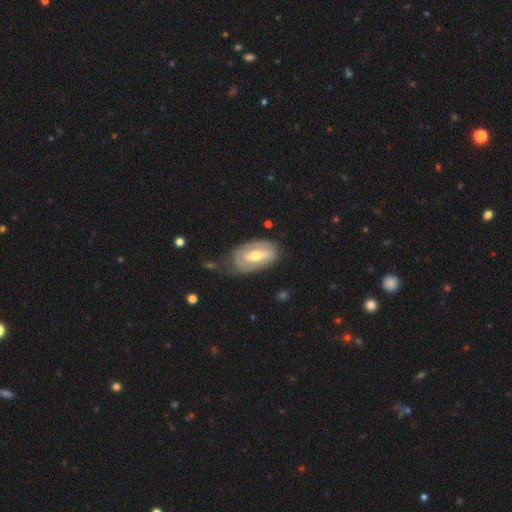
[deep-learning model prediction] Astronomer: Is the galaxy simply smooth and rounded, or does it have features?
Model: featured or disk — 68%.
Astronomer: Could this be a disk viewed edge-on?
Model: no — 92%.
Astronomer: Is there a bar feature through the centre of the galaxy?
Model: strong — 40% (runner-up: weak, 38%).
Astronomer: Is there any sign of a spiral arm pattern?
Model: yes — 67%.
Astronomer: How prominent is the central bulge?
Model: moderate — 66%.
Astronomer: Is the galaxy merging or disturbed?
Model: none — 57%.